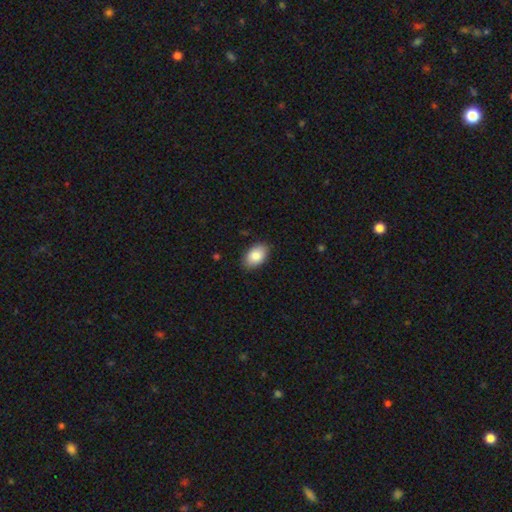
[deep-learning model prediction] Smooth or featured?
  - smooth: 86% *
  - featured or disk: 7%
  - star or artifact: 7%
How rounded?
  - in between: 91% *
  - round: 8%
  - cigar-shaped: 1%
Merging?
  - none: 86% *
  - minor disturbance: 11%
  - major disturbance: 2%
  - merger: 1%